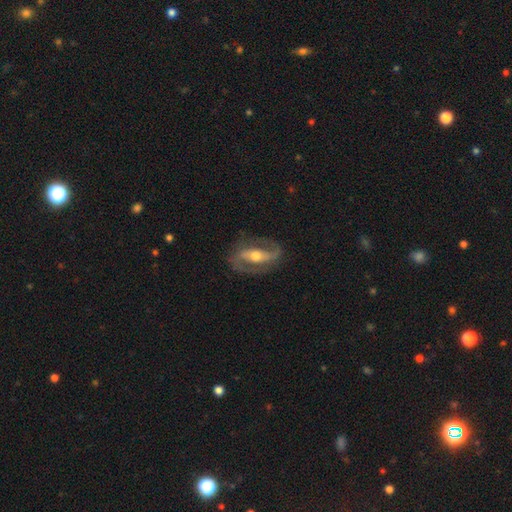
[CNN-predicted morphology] This is clearly a featured or disk galaxy (86%). It is clearly not viewed edge-on (93%). Bar: possibly strong (56%). Spiral arm pattern: clearly yes (91%). Spiral arm count: clearly 2 (89%). Spiral winding: possibly medium (49%). Central bulge: likely moderate (64%). Merging: clearly none (80%).